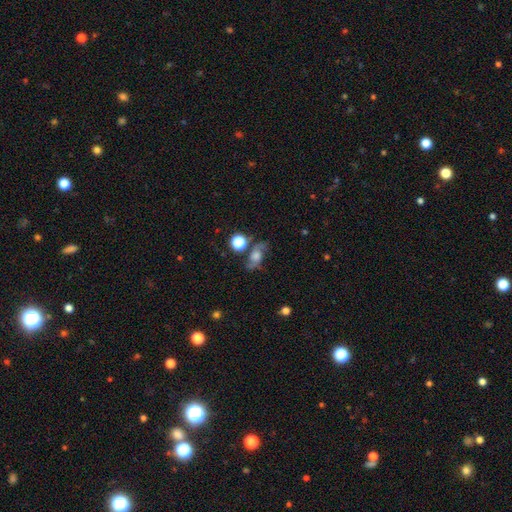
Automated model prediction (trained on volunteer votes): A featured or disk galaxy (61%) with no bar (65%), 2 (90%) loose (54%) spiral arms (90%) and a moderate central bulge (39%).

Vote fractions:
- Smooth or featured? featured or disk: 61% / smooth: 24% / star or artifact: 15%
- Edge-on disk? no: 91% / yes: 9%
- Bar? no: 65% / weak: 29% / strong: 6%
- Spiral arms? yes: 90% / no: 10%
- Spiral winding? loose: 54% / medium: 36% / tight: 10%
- Spiral arm count? 2: 90% / can't tell: 5% / 1: 2% / 3: 1% / 4: 1% / more than 4: 1%
- Bulge size? moderate: 39% / large: 29% / small: 18% / none: 9% / dominant: 5%
- Merging? none: 66% / minor disturbance: 17% / major disturbance: 10% / merger: 7%